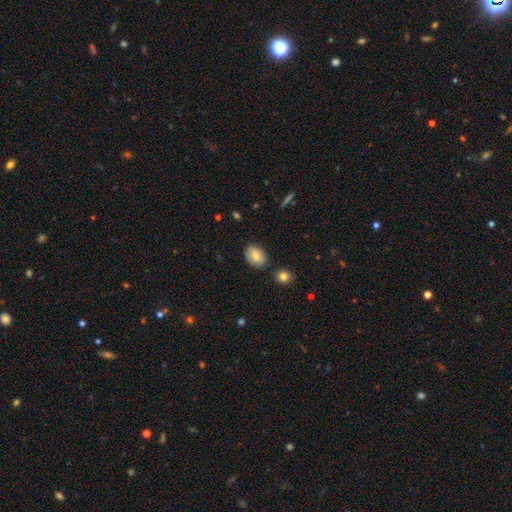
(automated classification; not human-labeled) Overall: smooth (76%). How rounded: in between (79%). Merging: none (80%).